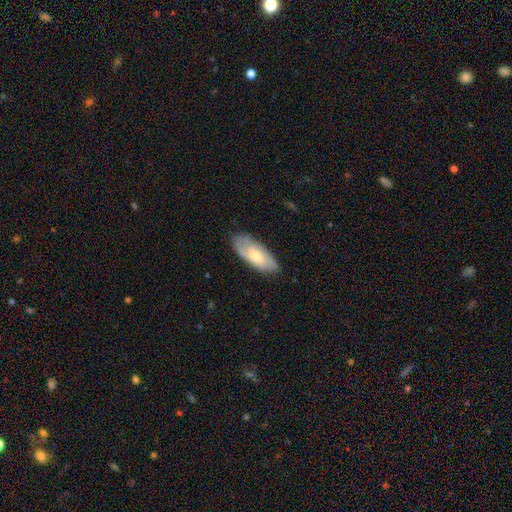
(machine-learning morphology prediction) This is possibly a smooth galaxy (53%). How rounded: clearly in between (81%). Merging: likely none (76%).